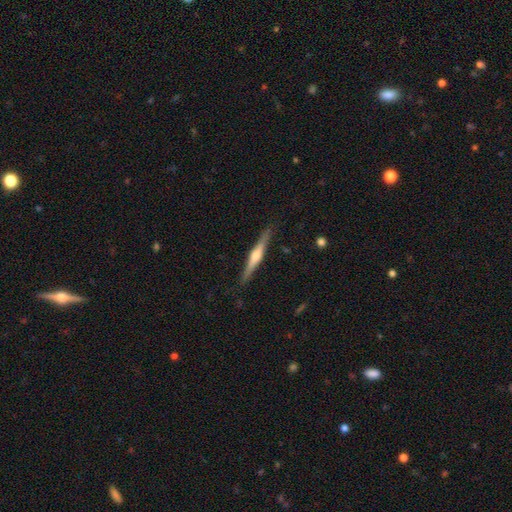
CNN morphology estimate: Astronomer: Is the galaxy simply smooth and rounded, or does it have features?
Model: featured or disk — 73%.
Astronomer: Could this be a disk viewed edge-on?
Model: yes — 98%.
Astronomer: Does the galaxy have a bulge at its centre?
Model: rounded — 82%.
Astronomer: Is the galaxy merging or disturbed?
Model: none — 89%.